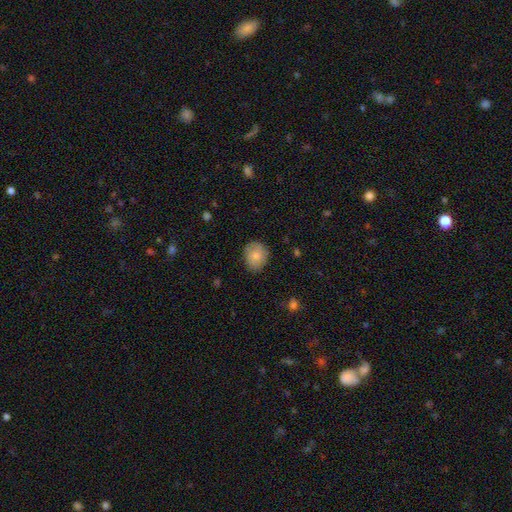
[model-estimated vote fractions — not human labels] smooth_or_featured: smooth (p=0.78) [alt: featured or disk p=0.15]
how_rounded: round (p=0.58) [alt: in between p=0.41]
merging: none (p=0.78) [alt: minor disturbance p=0.17]